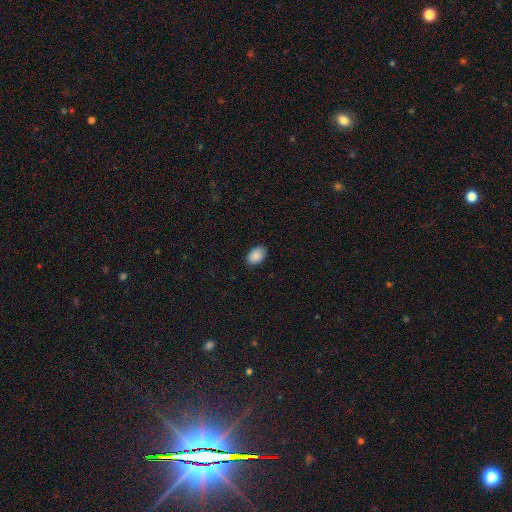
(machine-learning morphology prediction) Smooth or featured?
  - smooth: 89% *
  - star or artifact: 7%
  - featured or disk: 4%
How rounded?
  - in between: 91% *
  - round: 8%
  - cigar-shaped: 1%
Merging?
  - none: 88% *
  - minor disturbance: 10%
  - major disturbance: 2%
  - merger: 1%